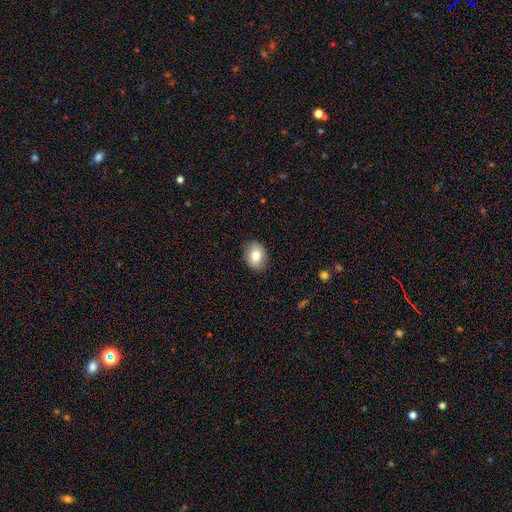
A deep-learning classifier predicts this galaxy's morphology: A smooth galaxy with no disk features (80%) that is in between round and cigar-shaped (57%).

Vote fractions:
- Smooth or featured? smooth: 80% / featured or disk: 12% / star or artifact: 8%
- How rounded? in between: 57% / round: 42% / cigar-shaped: 1%
- Merging? none: 88% / minor disturbance: 9% / major disturbance: 2% / merger: 1%